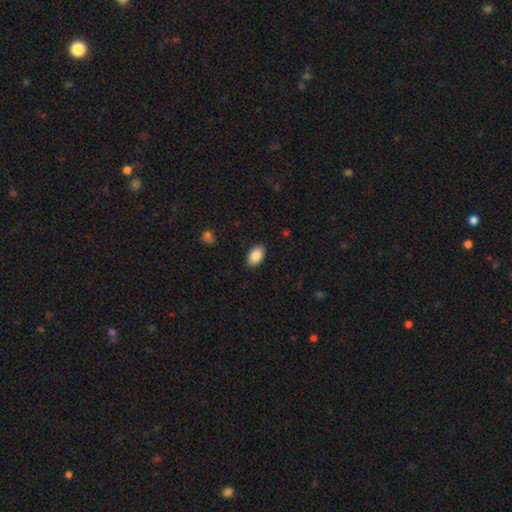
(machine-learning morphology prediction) smooth-or-featured: smooth: 88% | star or artifact: 7% | featured or disk: 5%
  how-rounded: in between: 93% | round: 6% | cigar-shaped: 1%
  merging: none: 88% | minor disturbance: 9% | major disturbance: 2% | merger: 1%